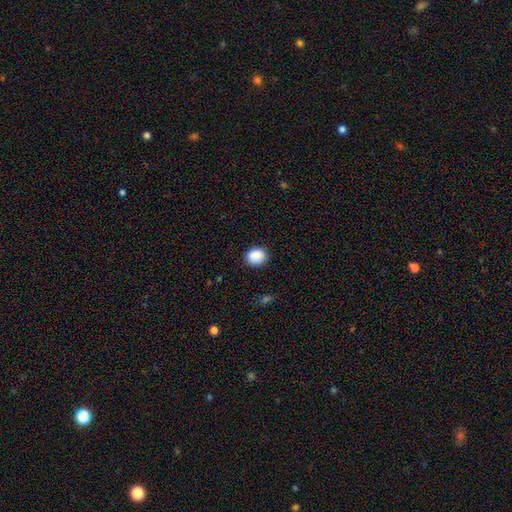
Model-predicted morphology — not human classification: smooth-or-featured: smooth: 89% | star or artifact: 8% | featured or disk: 3%
  how-rounded: round: 69% | in between: 31% | cigar-shaped: 1%
  merging: none: 88% | minor disturbance: 9% | major disturbance: 2% | merger: 1%